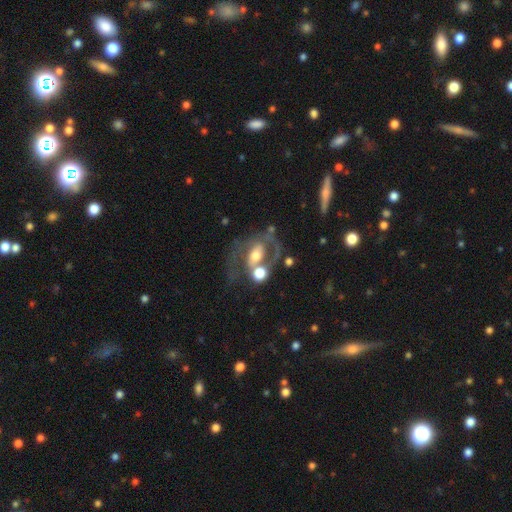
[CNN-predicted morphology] Smooth or featured?
  - featured or disk: 70% *
  - smooth: 22%
  - star or artifact: 8%
Edge-on disk?
  - no: 96% *
  - yes: 4%
Bar?
  - no: 43% *
  - weak: 34%
  - strong: 23%
Spiral arms?
  - yes: 69% *
  - no: 31%
Bulge size?
  - moderate: 62% *
  - small: 17%
  - large: 16%
  - none: 2%
  - dominant: 2%
Merging?
  - none: 33% *
  - merger: 30%
  - major disturbance: 22%
  - minor disturbance: 15%